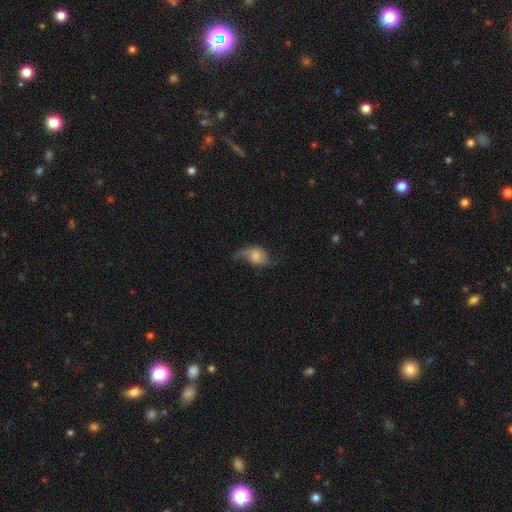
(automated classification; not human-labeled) Overall: featured or disk (56%; smooth 35%). Edge-on disk: no (94%). Bar: no (64%; weak 30%). Spiral arms: yes (87%). Bulge size: small (35%; moderate 34%). Merging: none (43%; minor disturbance 29%).